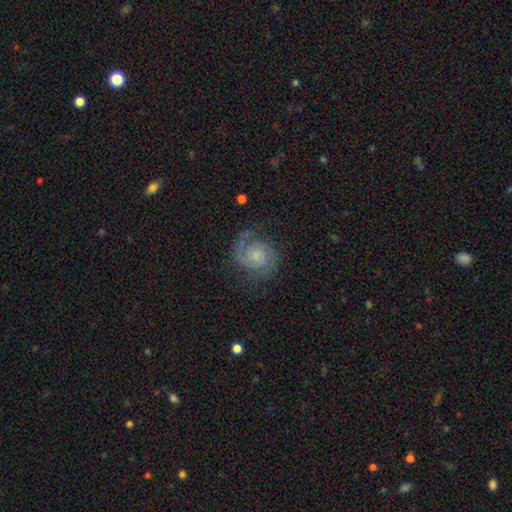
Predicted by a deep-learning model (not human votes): smooth-or-featured: featured or disk: 81% | smooth: 12% | star or artifact: 7%
  disk-edge-on: no: 98% | yes: 2%
    bar: no: 69% | weak: 28% | strong: 4%
    has-spiral-arms: yes: 96% | no: 4%
      spiral-winding: tight: 45% | medium: 41% | loose: 14%
      spiral-arm-count: 2: 75% | can't tell: 9% | 1: 9% | 3: 4% | 4: 2% | more than 4: 2%
    bulge-size: small: 63% | moderate: 25% | none: 9% | large: 3% | dominant: 1%
  merging: none: 69% | minor disturbance: 18% | major disturbance: 12% | merger: 1%